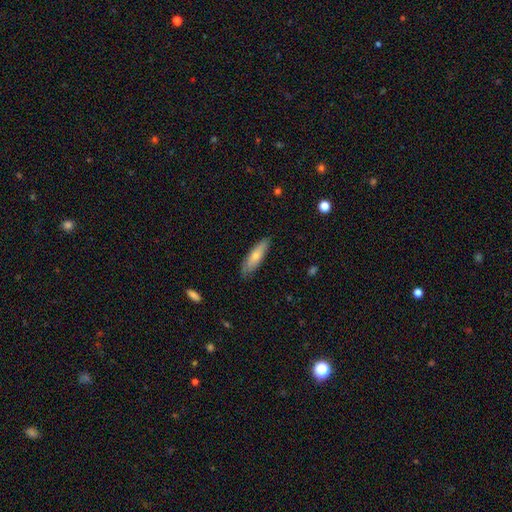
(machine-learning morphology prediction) This is likely a smooth galaxy (69%). How rounded: possibly cigar-shaped (55%). Merging: likely none (78%).